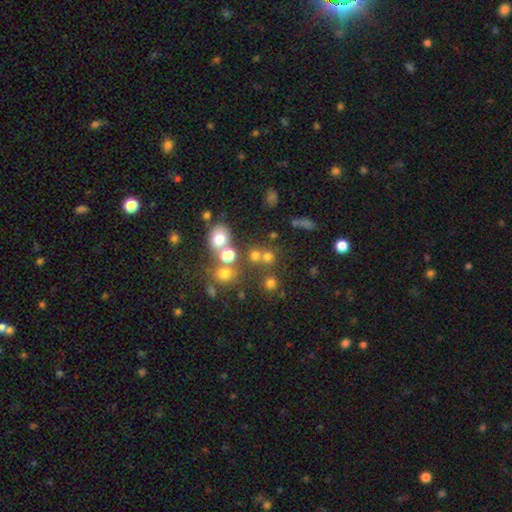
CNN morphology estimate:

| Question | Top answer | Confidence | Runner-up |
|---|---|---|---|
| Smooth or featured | smooth | 60% | star or artifact (26%) |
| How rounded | round | 84% | in between (14%) |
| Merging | none | 61% | merger (25%) |